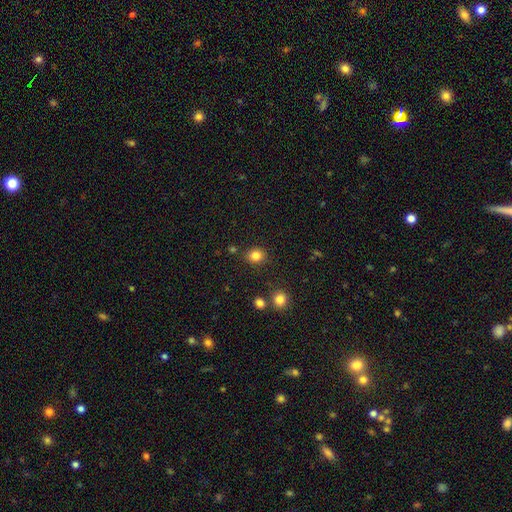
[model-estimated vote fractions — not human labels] Smooth or featured? Predicted: smooth (p=0.83). How rounded? Predicted: round (p=0.75). Merging? Predicted: none (p=0.85).